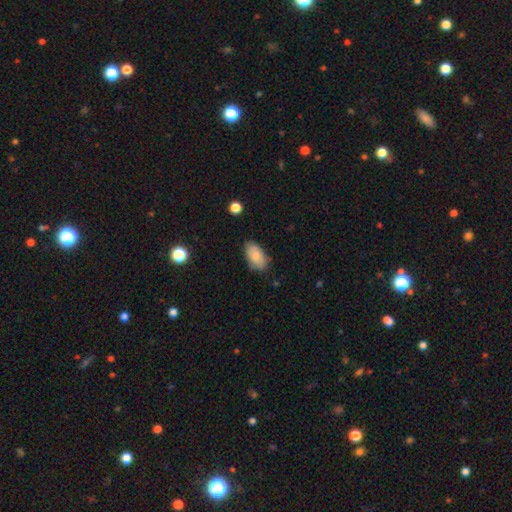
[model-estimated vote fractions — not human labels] Q: Smooth or featured?
A: smooth (80%); runner-up: featured or disk (13%)
Q: How rounded?
A: in between (94%); runner-up: round (4%)
Q: Merging?
A: none (75%); runner-up: minor disturbance (20%)